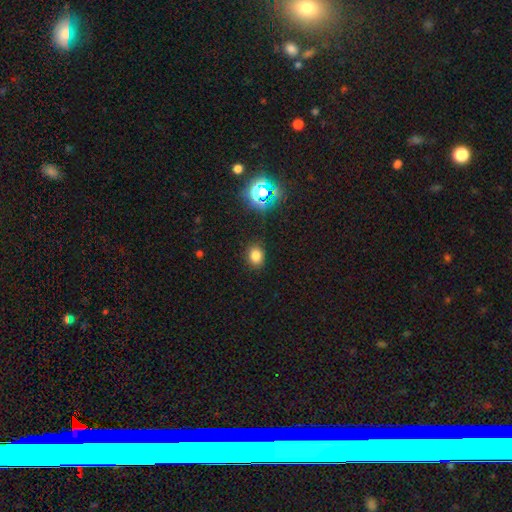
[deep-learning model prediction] smooth 77%, star or artifact 17%, featured or disk 5%. Down the decision tree: how rounded — round (56%); merging — none (87%).